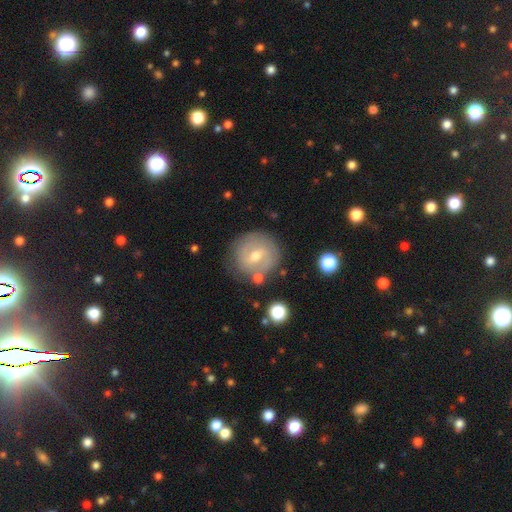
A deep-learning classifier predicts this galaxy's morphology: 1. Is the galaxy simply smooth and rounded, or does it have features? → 60% featured or disk, 32% smooth, 8% star or artifact.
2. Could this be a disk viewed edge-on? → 96% no, 4% yes.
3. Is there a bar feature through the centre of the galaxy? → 57% weak, 25% no, 19% strong.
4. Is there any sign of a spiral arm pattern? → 70% yes, 30% no.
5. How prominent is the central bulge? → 63% moderate, 32% small, 3% large, 1% none, 1% dominant.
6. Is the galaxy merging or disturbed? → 76% none, 14% minor disturbance, 5% merger, 5% major disturbance.